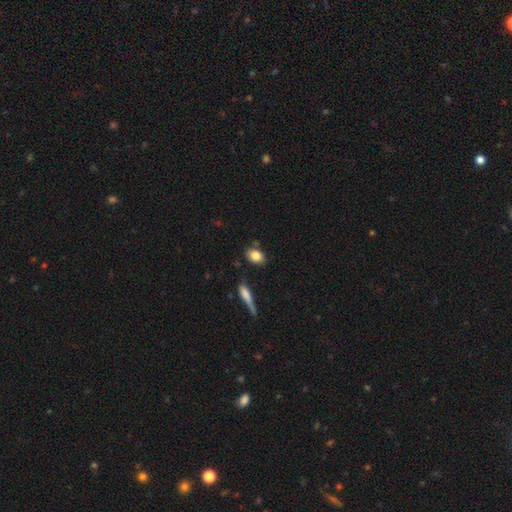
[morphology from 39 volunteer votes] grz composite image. It shows a smooth galaxy with no disk features (90%) that is in between round and cigar-shaped (60%). Merging: none (70%).